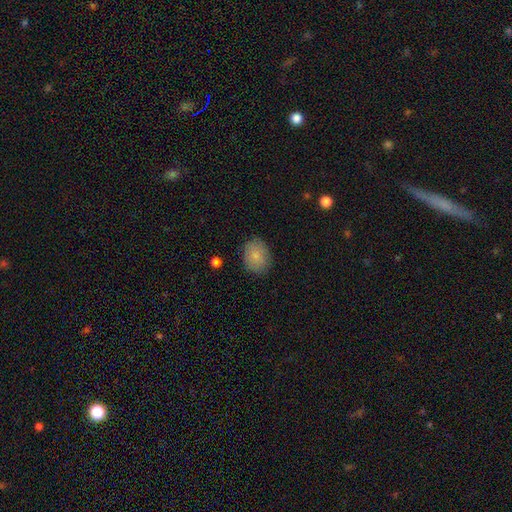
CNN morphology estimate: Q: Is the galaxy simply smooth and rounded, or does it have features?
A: smooth — 84%.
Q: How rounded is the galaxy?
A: in between — 61%.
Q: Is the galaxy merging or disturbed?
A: none — 84%.